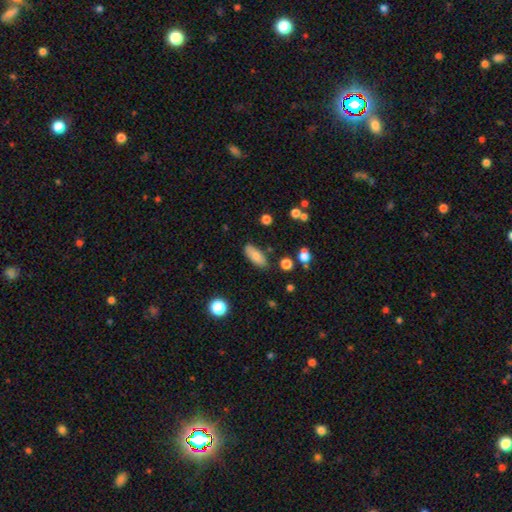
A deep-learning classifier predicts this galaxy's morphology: smooth_or_featured: smooth (p=0.77) [alt: featured or disk p=0.15]
how_rounded: in between (p=0.81) [alt: cigar-shaped p=0.17]
merging: none (p=0.81) [alt: minor disturbance p=0.13]